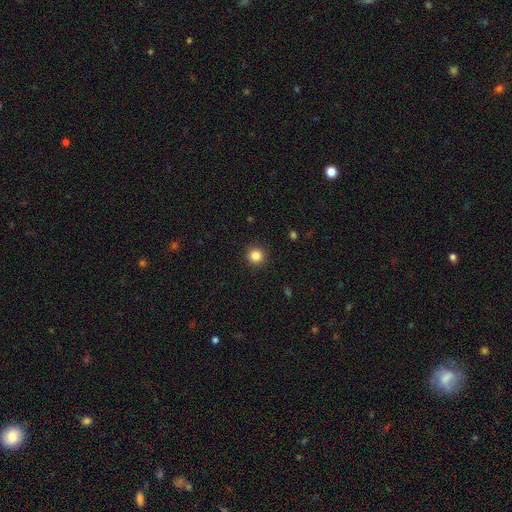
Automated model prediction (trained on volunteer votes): smooth 84%, star or artifact 11%, featured or disk 4%. Down the decision tree: how rounded — round (95%); merging — none (92%).